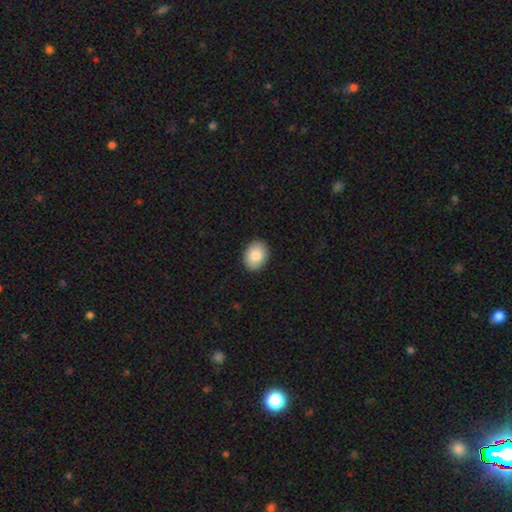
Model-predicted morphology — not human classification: smooth 83%, featured or disk 10%, star or artifact 7%. Down the decision tree: how rounded — in between (65%); merging — none (90%).